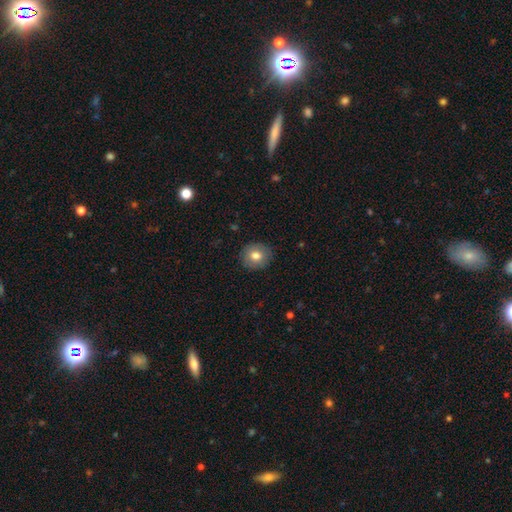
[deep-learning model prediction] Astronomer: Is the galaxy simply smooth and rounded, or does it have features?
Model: smooth — 78%.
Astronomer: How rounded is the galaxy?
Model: round — 84%.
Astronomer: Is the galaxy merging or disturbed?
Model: none — 89%.